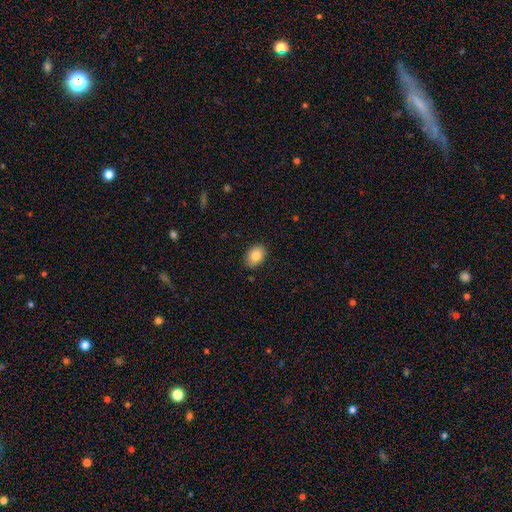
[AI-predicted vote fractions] The model was most divided on "how rounded": in between: 78%, round: 21%, cigar-shaped: 1%. More confident: merging — none (86%); smooth or featured — smooth (84%).